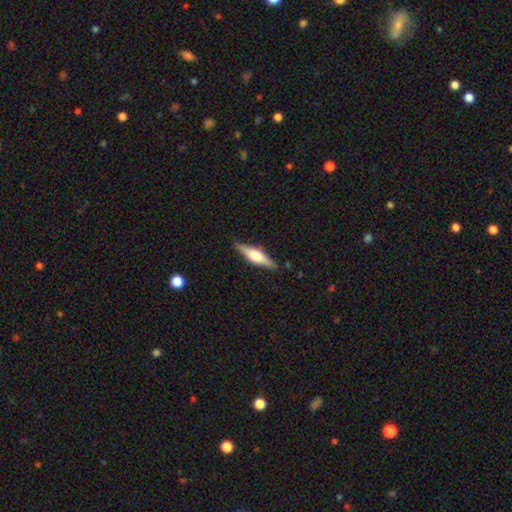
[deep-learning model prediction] This is possibly a featured or disk galaxy (58%). It is clearly viewed edge-on (96%). Edge-on bulge: clearly rounded (89%). Merging: clearly none (87%).